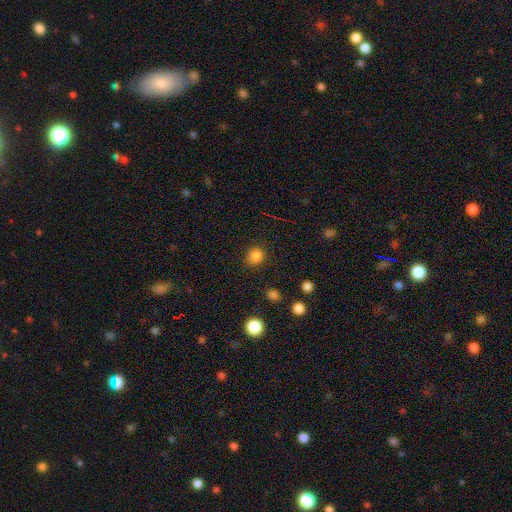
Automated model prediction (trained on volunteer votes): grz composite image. It shows a smooth galaxy with no disk features (82%) that is round (79%). Merging: none (83%).